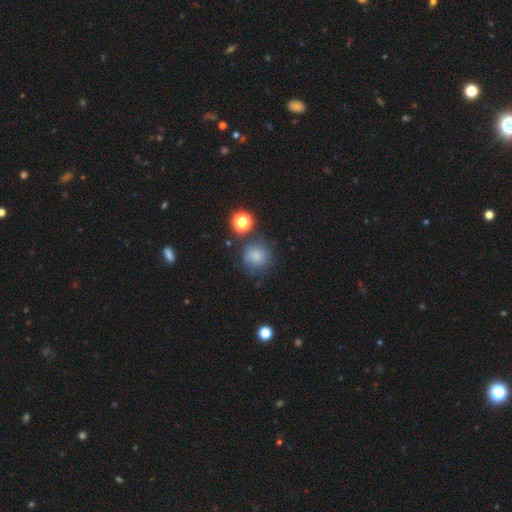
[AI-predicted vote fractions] smooth-or-featured: smooth: 76% | star or artifact: 14% | featured or disk: 10%
  how-rounded: round: 91% | in between: 8% | cigar-shaped: 1%
  merging: none: 69% | minor disturbance: 16% | merger: 8% | major disturbance: 7%